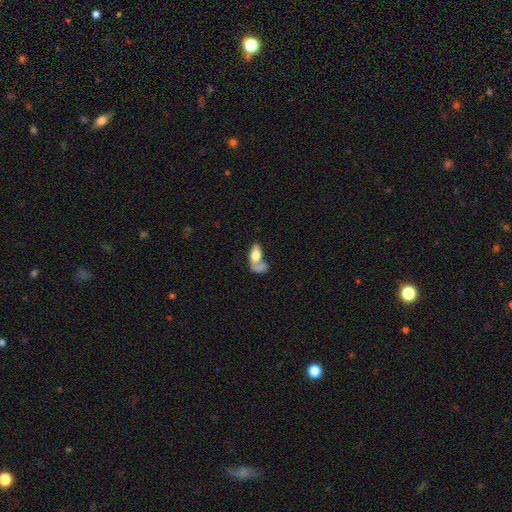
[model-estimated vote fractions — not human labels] Overall: smooth (66%). How rounded: in between (83%). Merging: merger (44%; none 22%).